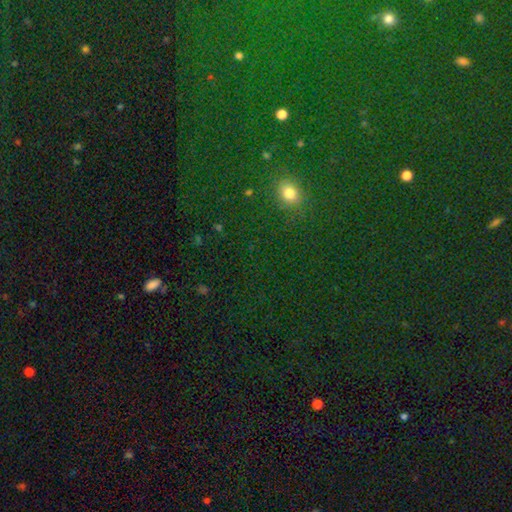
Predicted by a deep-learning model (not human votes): This is possibly a star or artifact rather than a galaxy (49%).